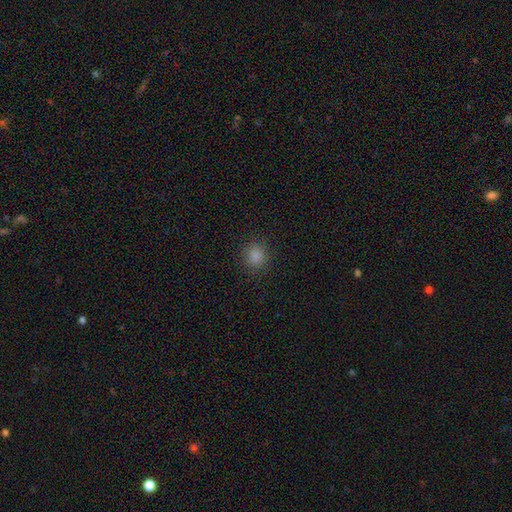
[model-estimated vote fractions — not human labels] smooth 85%, star or artifact 12%, featured or disk 3%. Down the decision tree: how rounded — round (82%); merging — none (89%).